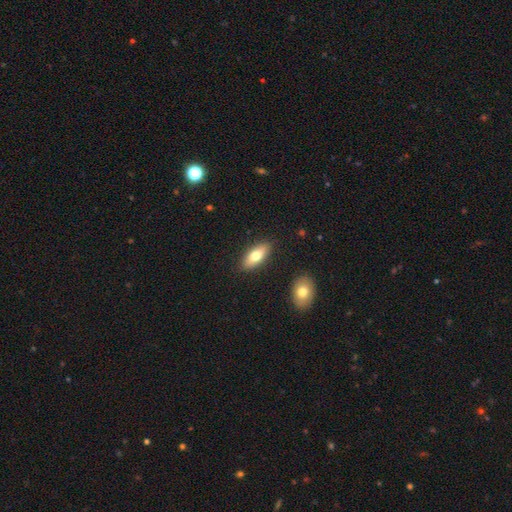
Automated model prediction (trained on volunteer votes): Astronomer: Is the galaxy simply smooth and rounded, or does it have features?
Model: smooth — 73%.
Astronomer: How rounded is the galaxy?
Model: in between — 83%.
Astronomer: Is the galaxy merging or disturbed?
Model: none — 87%.